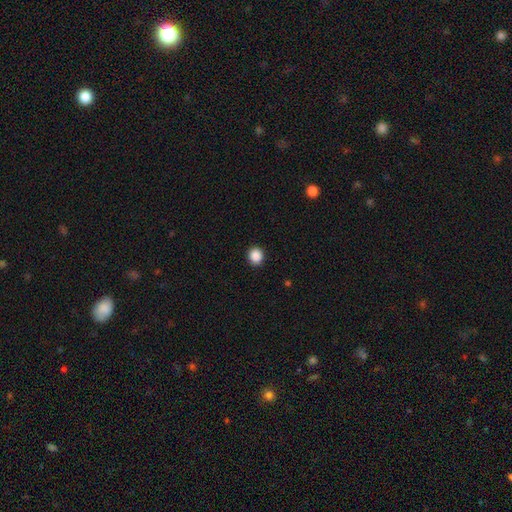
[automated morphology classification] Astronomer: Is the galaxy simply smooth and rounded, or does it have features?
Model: smooth — 88%.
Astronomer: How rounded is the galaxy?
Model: round — 86%.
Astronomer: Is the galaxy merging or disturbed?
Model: none — 92%.